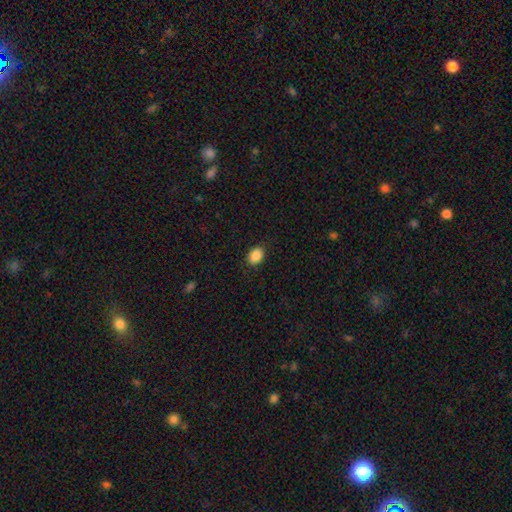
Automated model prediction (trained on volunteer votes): Smooth or featured? Predicted: smooth (p=0.88). How rounded? Predicted: in between (p=0.72). Merging? Predicted: none (p=0.88).